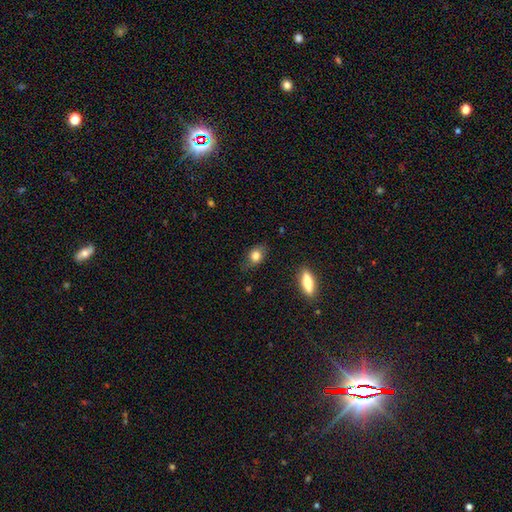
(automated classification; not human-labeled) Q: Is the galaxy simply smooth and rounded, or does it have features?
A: smooth — 82%.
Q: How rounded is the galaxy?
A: in between — 65%.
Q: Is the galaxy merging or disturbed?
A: none — 73%.